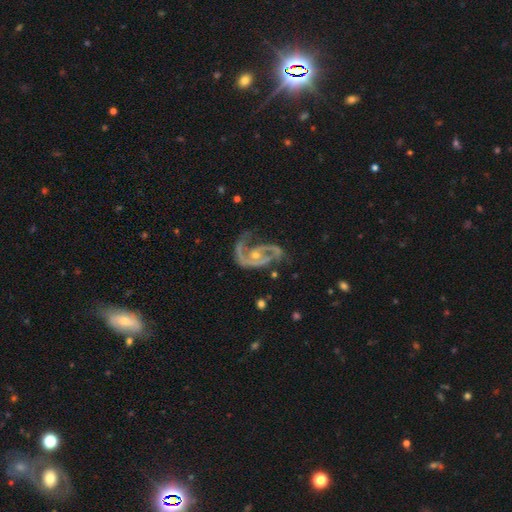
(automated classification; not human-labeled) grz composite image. It shows a featured or disk galaxy (91%) with no bar (59%), 2 (80%) medium (54%) spiral arms (97%) and a small central bulge (58%). Merging: none (54%).